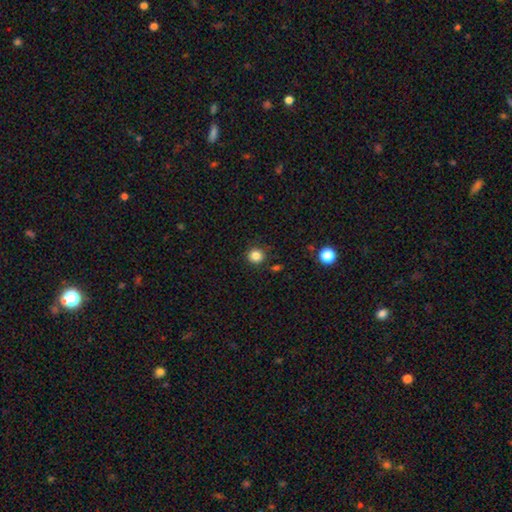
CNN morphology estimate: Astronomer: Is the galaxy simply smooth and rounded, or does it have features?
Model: smooth — 84%.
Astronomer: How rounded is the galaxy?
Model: round — 93%.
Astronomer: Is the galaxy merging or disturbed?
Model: none — 88%.